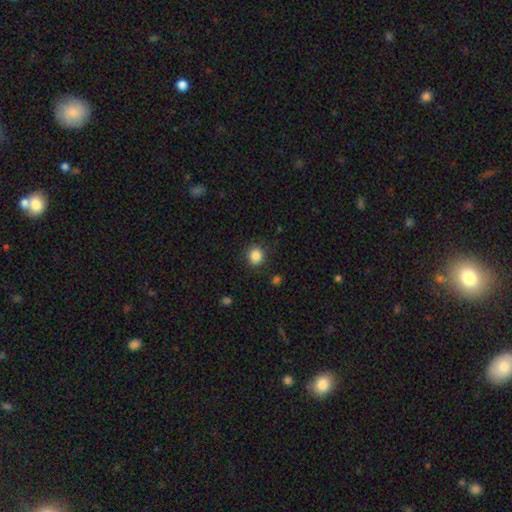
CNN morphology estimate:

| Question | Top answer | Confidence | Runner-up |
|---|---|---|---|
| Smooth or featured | smooth | 86% | star or artifact (10%) |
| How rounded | round | 84% | in between (15%) |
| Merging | none | 88% | minor disturbance (8%) |